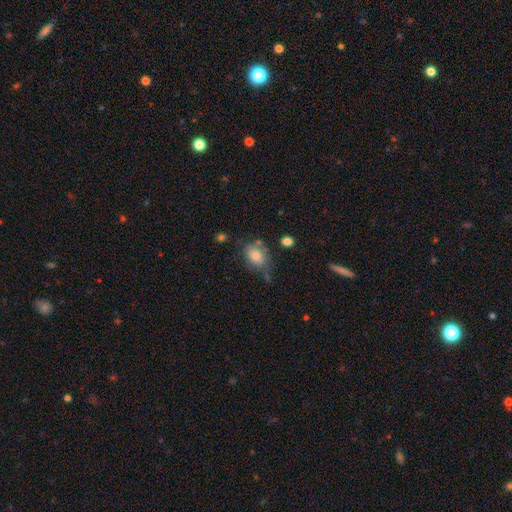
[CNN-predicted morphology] A smooth galaxy with no disk features (79%) that is in between round and cigar-shaped (77%).

Vote fractions:
- Smooth or featured? smooth: 79% / featured or disk: 12% / star or artifact: 9%
- How rounded? in between: 77% / round: 22% / cigar-shaped: 2%
- Merging? none: 54% / minor disturbance: 27% / major disturbance: 10% / merger: 8%